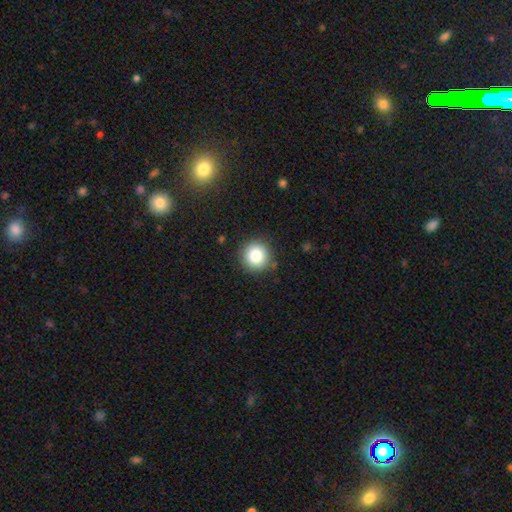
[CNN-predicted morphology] type=smooth (83%); roundness=round (94%); merging=none (89%).